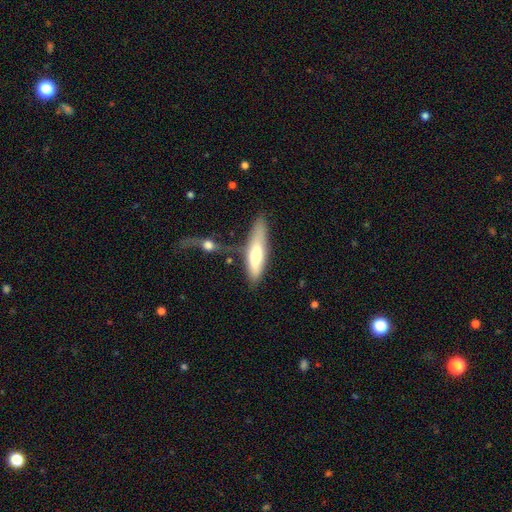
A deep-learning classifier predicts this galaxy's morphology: Q: Smooth or featured?
A: smooth (60%); runner-up: featured or disk (34%)
Q: How rounded?
A: cigar-shaped (67%); runner-up: in between (32%)
Q: Merging?
A: none (46%); runner-up: minor disturbance (21%)